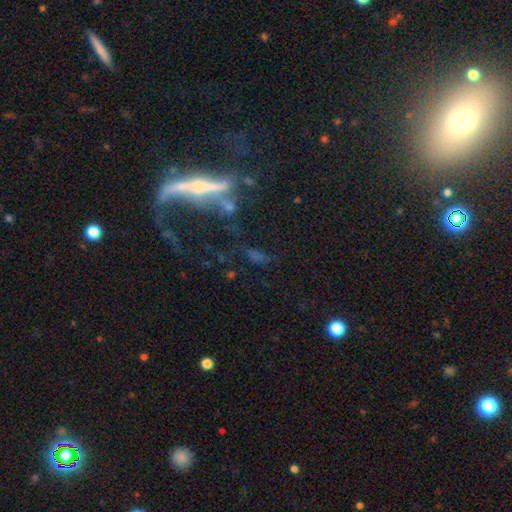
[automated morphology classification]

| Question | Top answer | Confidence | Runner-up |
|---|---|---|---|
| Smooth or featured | featured or disk | 53% | star or artifact (24%) |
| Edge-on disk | yes | 53% | no (47%) |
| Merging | none | 52% | major disturbance (18%) |